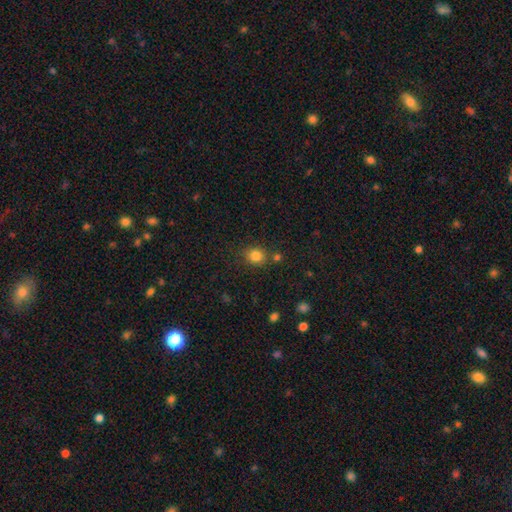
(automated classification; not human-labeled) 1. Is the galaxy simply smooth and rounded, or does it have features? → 82% smooth, 12% star or artifact, 5% featured or disk.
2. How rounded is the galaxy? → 75% round, 24% in between, 1% cigar-shaped.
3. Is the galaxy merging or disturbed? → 74% none, 12% minor disturbance, 10% merger, 4% major disturbance.